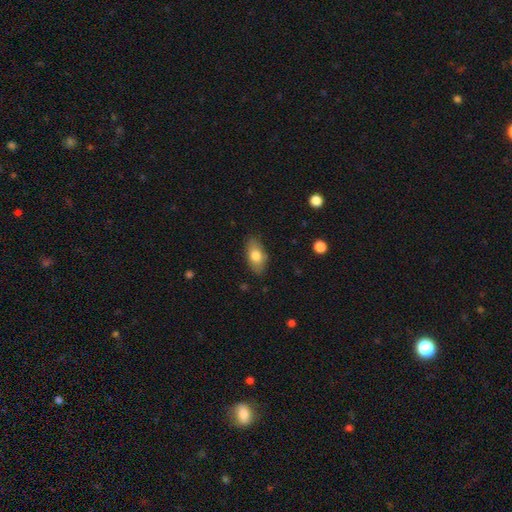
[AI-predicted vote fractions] This is likely a smooth galaxy (77%). How rounded: clearly in between (89%). Merging: clearly none (82%).